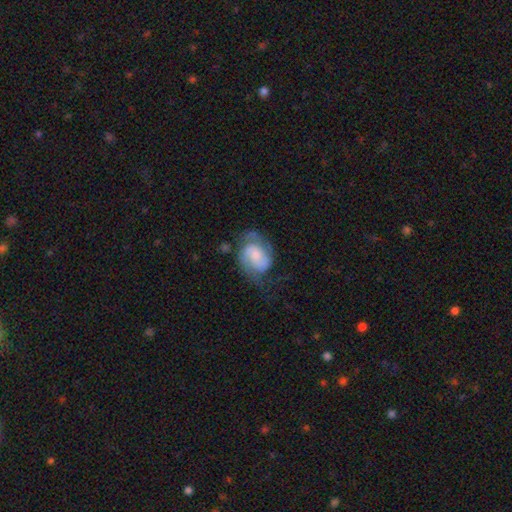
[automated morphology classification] The model was most divided on "bulge size": small: 40%, moderate: 32%, none: 13%, large: 12%, dominant: 3%. Remaining: edge-on disk — no (98%); spiral arms — yes (90%); spiral arm count — 2 (78%); smooth or featured — featured or disk (67%); bar — no (59%); merging — none (48%); spiral winding — medium (46%).